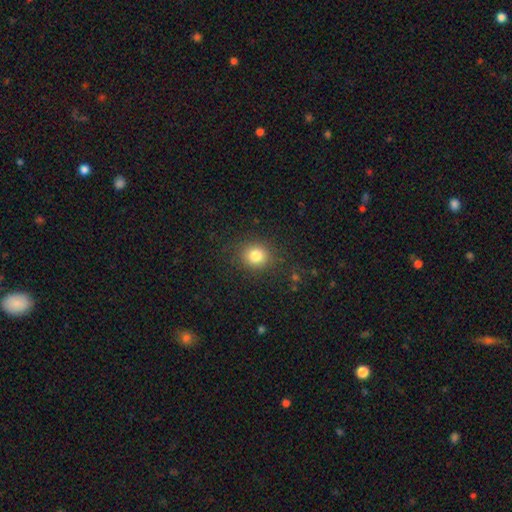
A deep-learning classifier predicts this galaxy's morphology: smooth 82%, star or artifact 12%, featured or disk 6%. Down the decision tree: how rounded — round (81%); merging — none (87%).